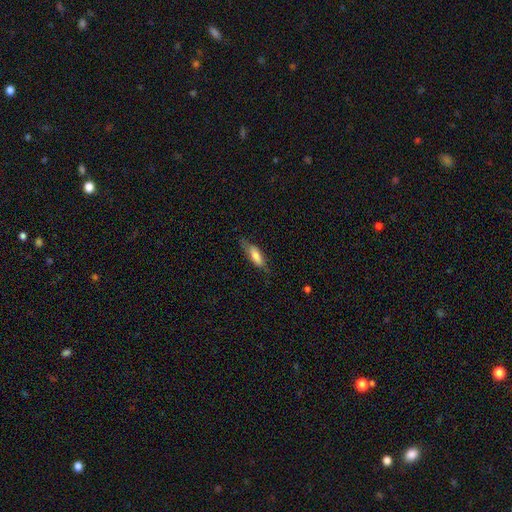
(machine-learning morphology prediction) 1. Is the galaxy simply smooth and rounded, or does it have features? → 73% smooth, 21% featured or disk, 6% star or artifact.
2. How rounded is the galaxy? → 51% in between, 47% cigar-shaped, 2% round.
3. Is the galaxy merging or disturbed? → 67% none, 24% minor disturbance, 7% major disturbance, 1% merger.